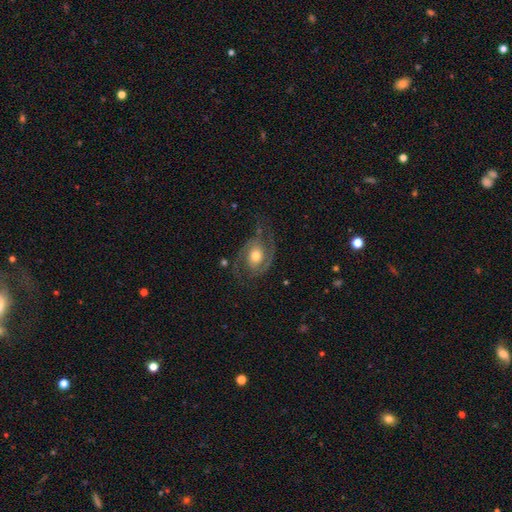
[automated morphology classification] type=featured or disk (85%); edge-on=no (97%); bar=no (69%); spiral arms=yes (95%); winding=medium (51%); arm count=2 (90%); bulge=moderate (69%); merging=none (69%).